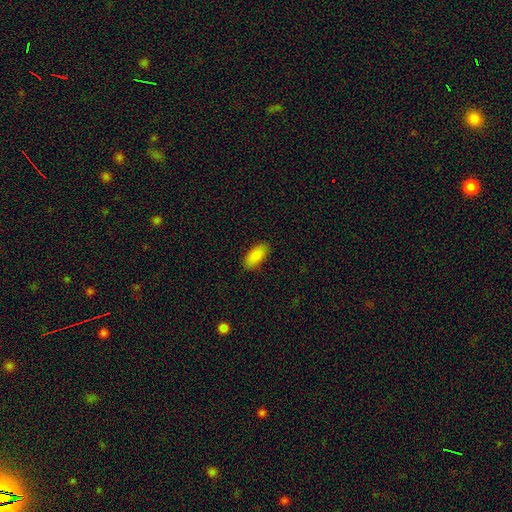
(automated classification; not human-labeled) The model was most divided on "merging": none: 87%, minor disturbance: 10%, major disturbance: 2%, merger: 1%. More confident: how rounded — in between (91%); smooth or featured — smooth (88%).